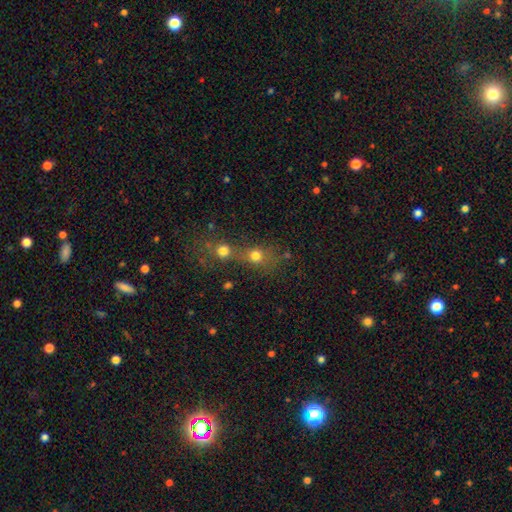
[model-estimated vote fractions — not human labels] Smooth or featured: smooth — 72% (star or artifact — 17%)
How rounded: round — 82% (in between — 16%)
Merging: merger — 49% (none — 38%)